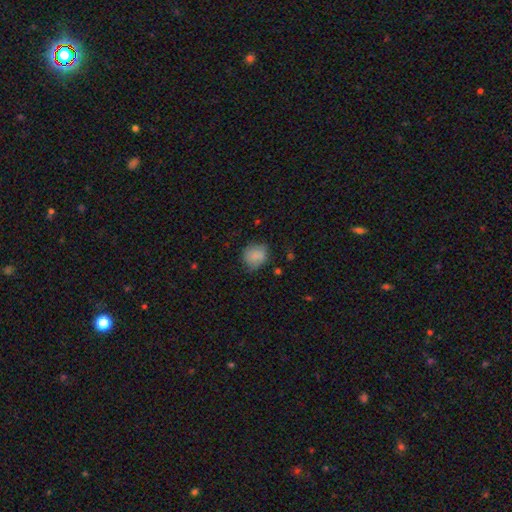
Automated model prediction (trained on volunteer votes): smooth_or_featured: smooth (p=0.82) [alt: featured or disk p=0.10]
how_rounded: round (p=0.74) [alt: in between p=0.25]
merging: none (p=0.68) [alt: minor disturbance p=0.23]